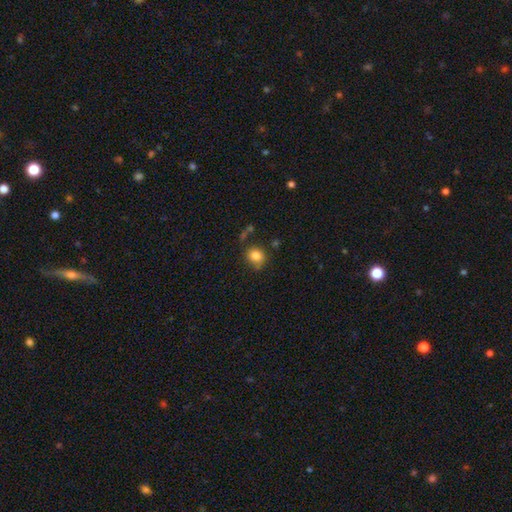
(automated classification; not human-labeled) Smooth or featured? smooth (83%)
How rounded? round (74%)
Merging? none (69%)